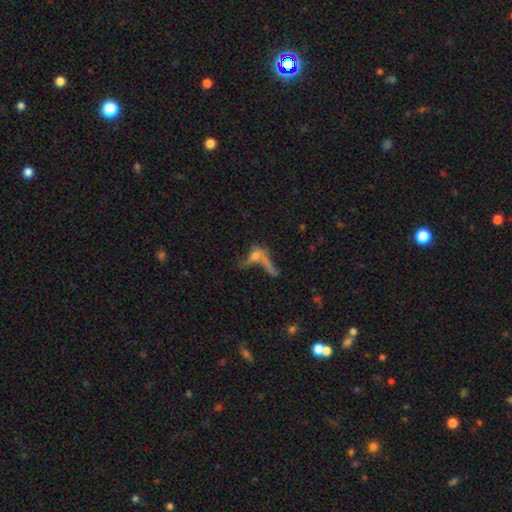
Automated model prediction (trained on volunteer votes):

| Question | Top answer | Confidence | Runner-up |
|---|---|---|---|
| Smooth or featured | smooth | 48% | featured or disk (35%) |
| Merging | merger | 39% | major disturbance (26%) |